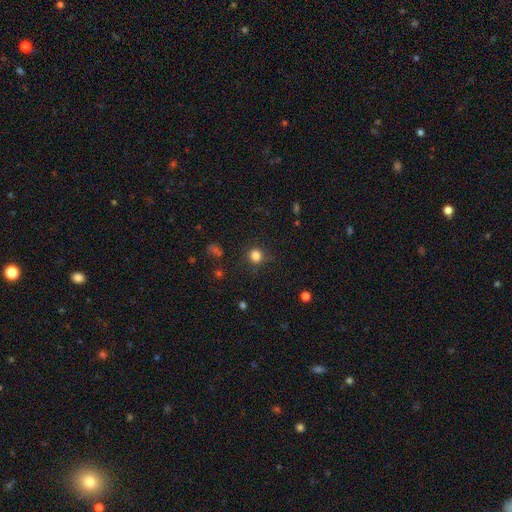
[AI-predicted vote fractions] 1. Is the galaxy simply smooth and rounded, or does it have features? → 82% smooth, 14% star or artifact, 4% featured or disk.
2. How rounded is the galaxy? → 90% round, 9% in between, 1% cigar-shaped.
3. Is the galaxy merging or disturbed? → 85% none, 10% minor disturbance, 4% major disturbance, 2% merger.